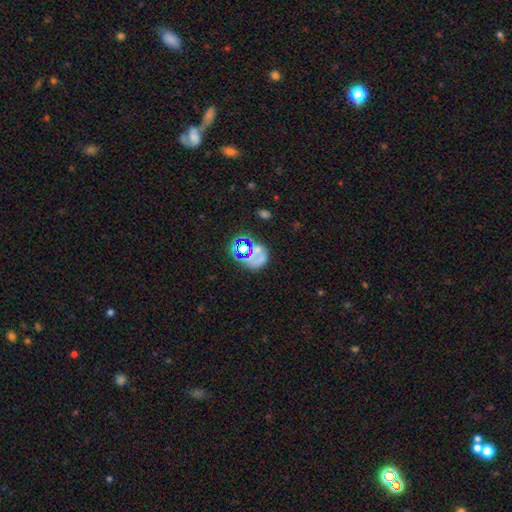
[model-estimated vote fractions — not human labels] smooth 44%, star or artifact 35%, featured or disk 22%. Down the decision tree: merging — none (43%).